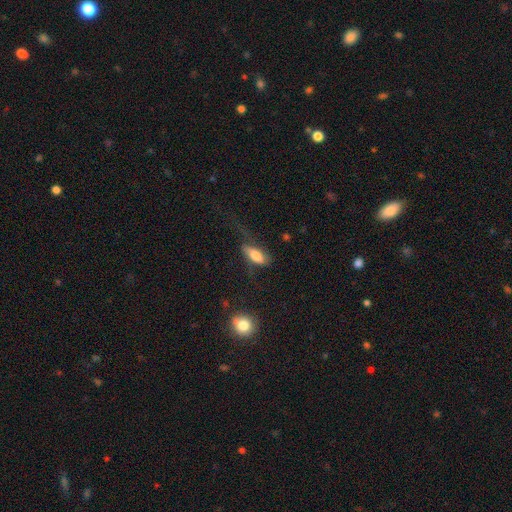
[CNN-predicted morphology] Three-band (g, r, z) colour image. It shows a smooth galaxy with no disk features (70%) that is in between round and cigar-shaped (72%). Merging: none (41%).